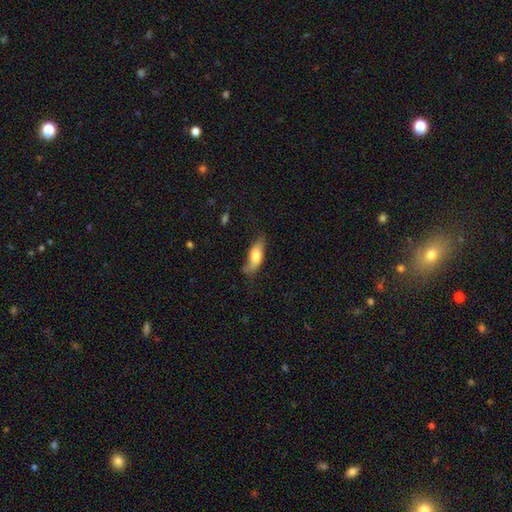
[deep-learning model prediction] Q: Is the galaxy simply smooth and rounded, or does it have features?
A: smooth — 70%.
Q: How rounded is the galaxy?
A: in between — 70%.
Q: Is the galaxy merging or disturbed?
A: none — 61%.